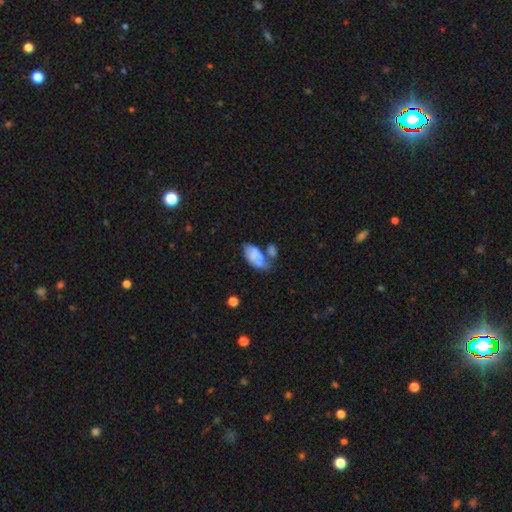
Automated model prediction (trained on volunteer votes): This is possibly a smooth galaxy (55%). How rounded: clearly in between (92%). Merging: marginally merger (42%).